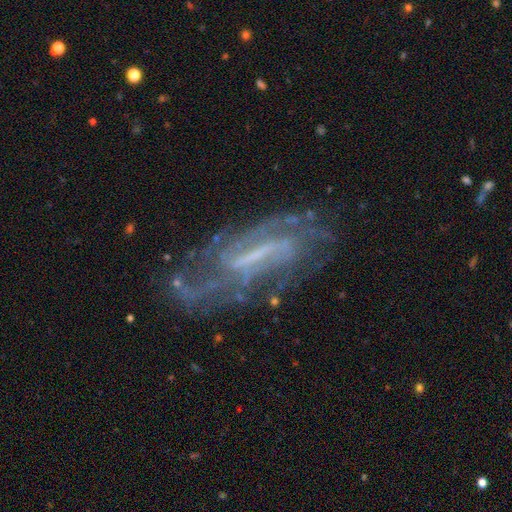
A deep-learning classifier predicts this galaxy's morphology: Smooth or featured: featured or disk — 84% (star or artifact — 8%)
Edge-on disk: no — 89% (yes — 11%)
Bar: strong — 45% (weak — 39%)
Spiral arms: yes — 91% (no — 9%)
Spiral winding: tight — 41% (tied with medium — 41%)
Spiral arm count: can't tell — 39% (2 — 30%)
Bulge size: none — 42% (small — 37%)
Merging: none — 67% (minor disturbance — 18%)